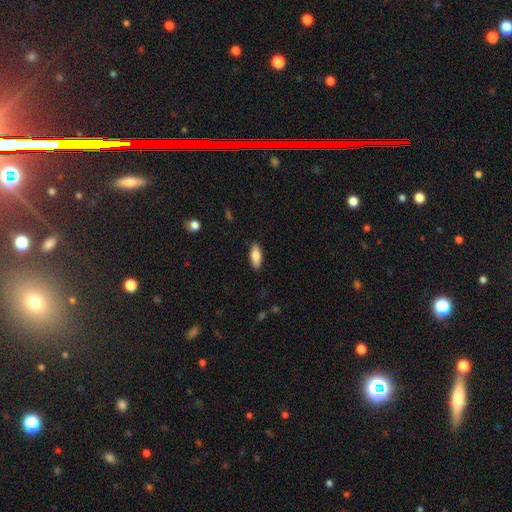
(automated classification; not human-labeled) Overall: smooth (79%). How rounded: in between (73%). Merging: none (89%).